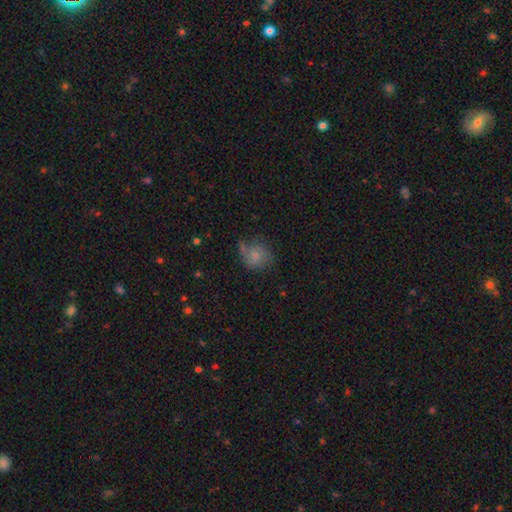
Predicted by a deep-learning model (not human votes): This is likely a smooth galaxy (72%). How rounded: likely round (75%). Merging: possibly none (47%).